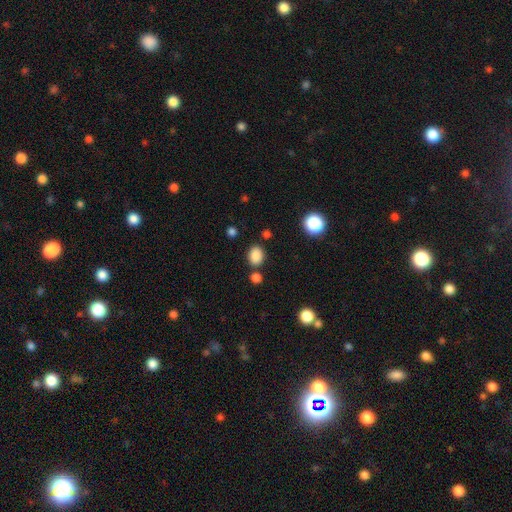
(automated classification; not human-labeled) Q: Smooth or featured?
A: smooth (85%); runner-up: star or artifact (11%)
Q: How rounded?
A: in between (57%); runner-up: round (42%)
Q: Merging?
A: none (77%); runner-up: minor disturbance (11%)